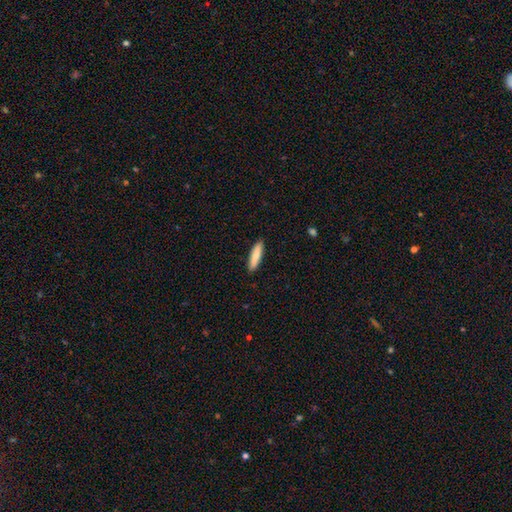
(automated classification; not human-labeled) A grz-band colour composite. It shows a smooth galaxy with no disk features (82%) that is cigar-shaped (76%). Merging: none (90%).